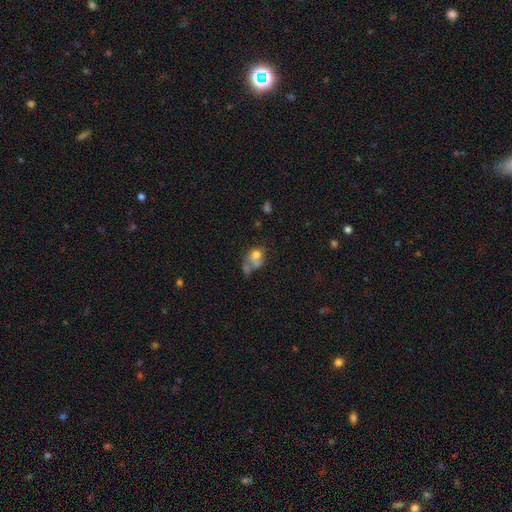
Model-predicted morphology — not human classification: A smooth galaxy with no disk features (61%) that is in between round and cigar-shaped (56%).

Vote fractions:
- Smooth or featured? smooth: 61% / featured or disk: 26% / star or artifact: 13%
- How rounded? in between: 56% / round: 42% / cigar-shaped: 2%
- Merging? merger: 35% / major disturbance: 28% / none: 20% / minor disturbance: 17%